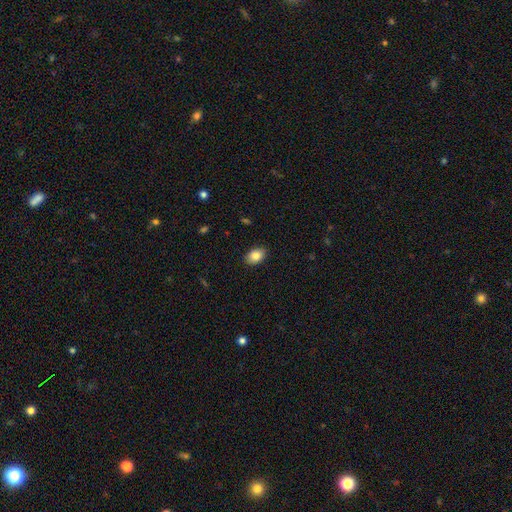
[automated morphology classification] smooth-or-featured: smooth: 84% | featured or disk: 8% | star or artifact: 8%
  how-rounded: in between: 84% | round: 15% | cigar-shaped: 1%
  merging: none: 89% | minor disturbance: 8% | major disturbance: 2% | merger: 1%